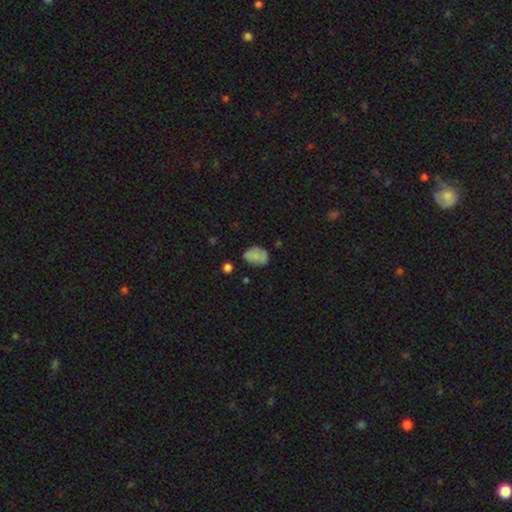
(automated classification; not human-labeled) smooth-or-featured: smooth: 68% | featured or disk: 22% | star or artifact: 10%
  how-rounded: in between: 69% | round: 30% | cigar-shaped: 1%
  merging: none: 53% | minor disturbance: 29% | major disturbance: 11% | merger: 6%